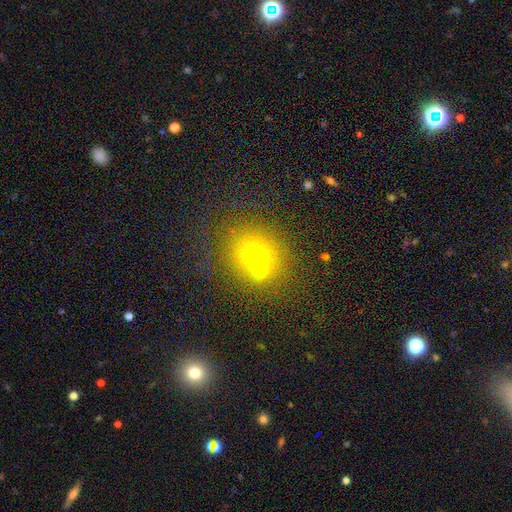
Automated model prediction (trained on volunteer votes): A smooth galaxy with no disk features (64%) that is round (83%).

Vote fractions:
- Smooth or featured? smooth: 64% / star or artifact: 20% / featured or disk: 16%
- How rounded? round: 83% / in between: 16% / cigar-shaped: 1%
- Merging? none: 58% / merger: 28% / minor disturbance: 9% / major disturbance: 4%